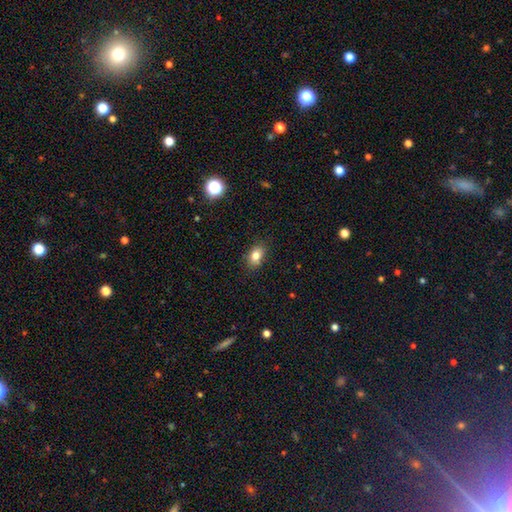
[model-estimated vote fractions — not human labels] Morphology: type=smooth (80%); roundness=in between (80%); merging=none (84%).